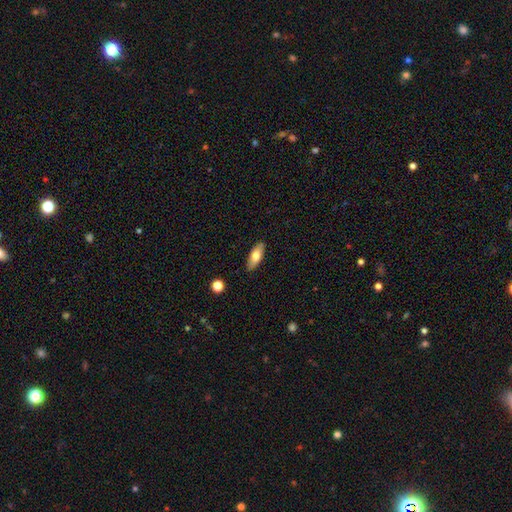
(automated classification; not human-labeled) Smooth or featured?
  - smooth: 68% *
  - featured or disk: 26%
  - star or artifact: 6%
How rounded?
  - in between: 66% *
  - cigar-shaped: 31%
  - round: 3%
Merging?
  - none: 88% *
  - minor disturbance: 9%
  - major disturbance: 2%
  - merger: 1%